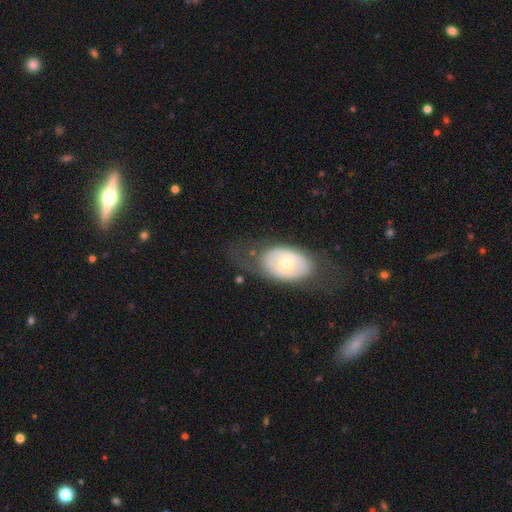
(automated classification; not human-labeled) Smooth or featured: featured or disk — 54% (smooth — 36%)
Edge-on disk: no — 84% (yes — 16%)
Merging: none — 64% (minor disturbance — 20%)